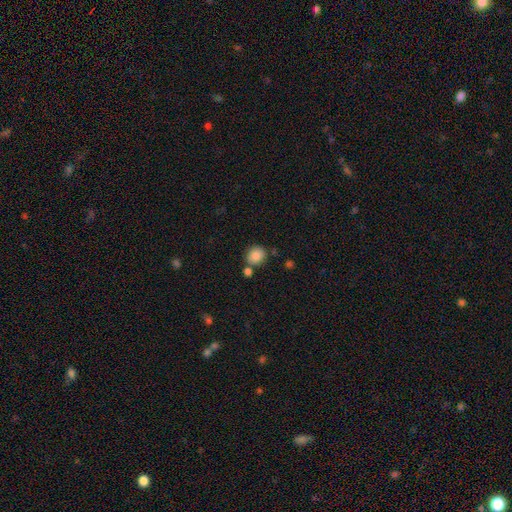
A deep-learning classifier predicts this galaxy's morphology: This appears to be a smooth galaxy with no disk features (87%) that is round (73%). Merging: none (69%).